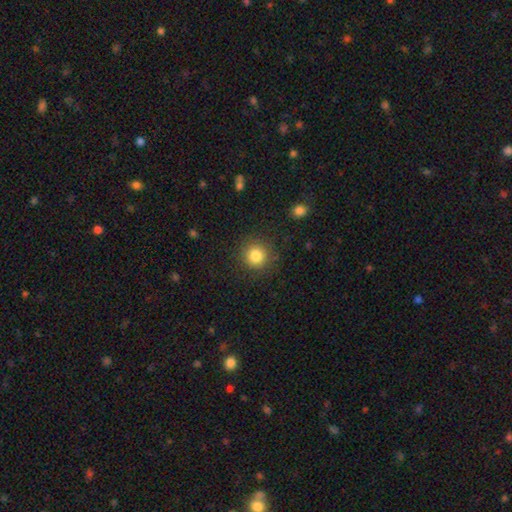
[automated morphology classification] smooth 83%, star or artifact 11%, featured or disk 6%. Down the decision tree: how rounded — round (94%); merging — none (88%).